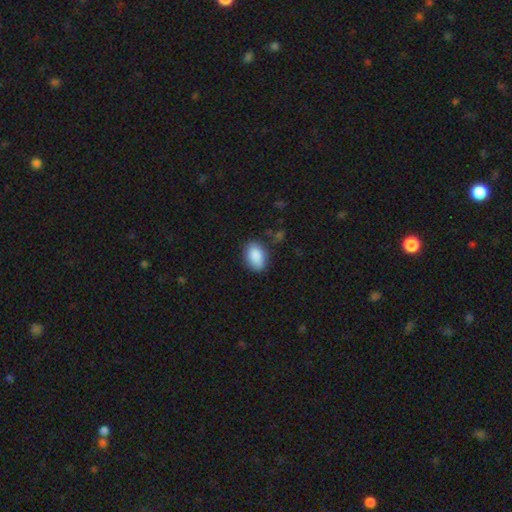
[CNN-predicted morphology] smooth 88%, star or artifact 7%, featured or disk 5%. Down the decision tree: how rounded — in between (88%); merging — none (78%).